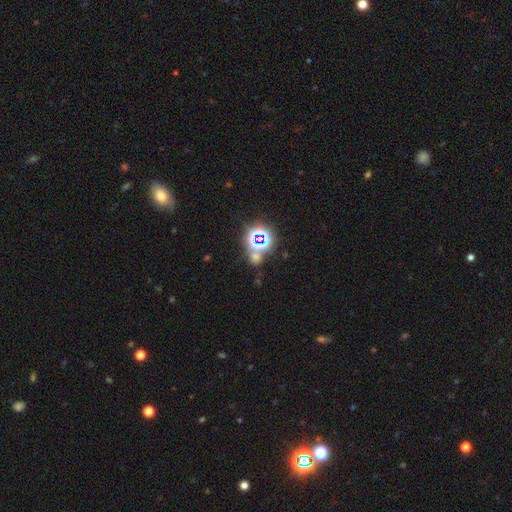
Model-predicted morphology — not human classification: Smooth or featured? star or artifact (67%)